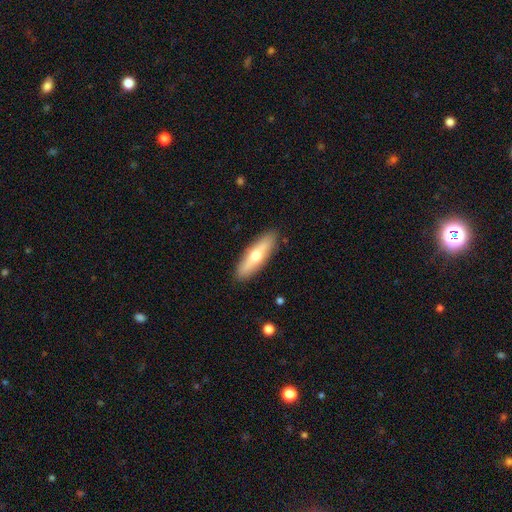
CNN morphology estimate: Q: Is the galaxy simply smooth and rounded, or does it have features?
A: smooth — 55%.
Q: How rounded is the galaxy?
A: cigar-shaped — 61%.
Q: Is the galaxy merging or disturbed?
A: none — 89%.